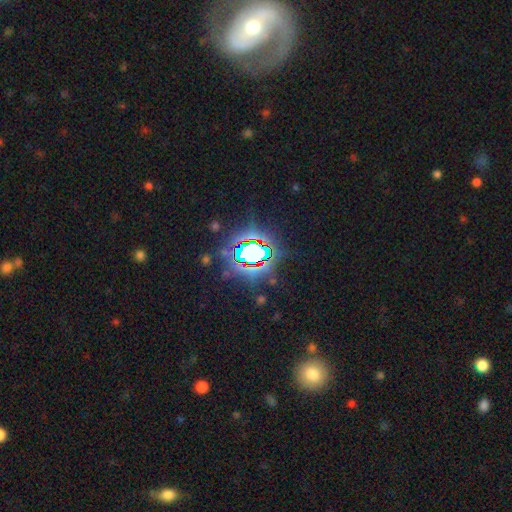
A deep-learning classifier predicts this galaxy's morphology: smooth-or-featured: star or artifact: 78% | smooth: 12% | featured or disk: 10%